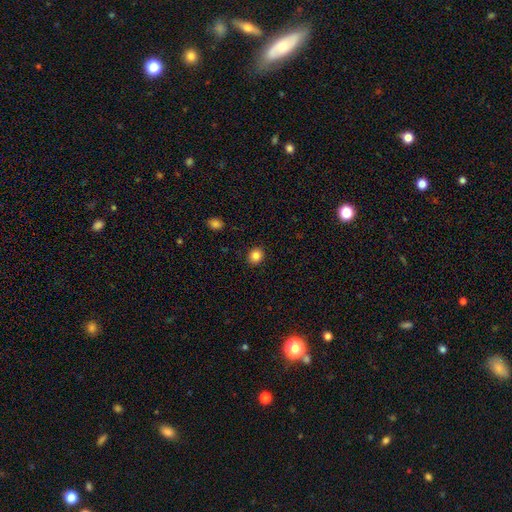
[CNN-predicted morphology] Smooth or featured?
  - smooth: 85% *
  - star or artifact: 10%
  - featured or disk: 4%
How rounded?
  - round: 68% *
  - in between: 31%
  - cigar-shaped: 1%
Merging?
  - none: 90% *
  - minor disturbance: 7%
  - major disturbance: 2%
  - merger: 1%